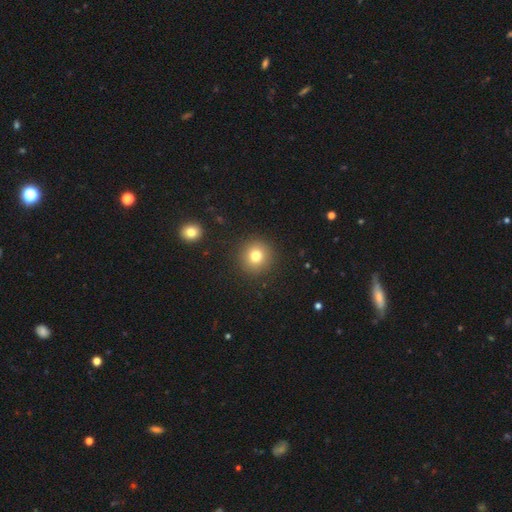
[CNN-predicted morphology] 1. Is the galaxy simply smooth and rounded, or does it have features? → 77% smooth, 13% star or artifact, 9% featured or disk.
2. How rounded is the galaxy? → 94% round, 5% in between, 1% cigar-shaped.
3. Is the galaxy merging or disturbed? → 91% none, 5% minor disturbance, 2% major disturbance, 1% merger.